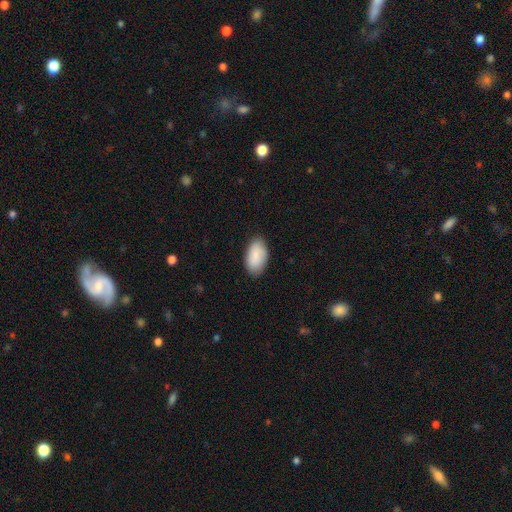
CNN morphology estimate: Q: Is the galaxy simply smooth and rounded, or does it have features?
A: smooth — 87%.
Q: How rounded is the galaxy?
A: in between — 95%.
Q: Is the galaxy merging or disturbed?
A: none — 83%.